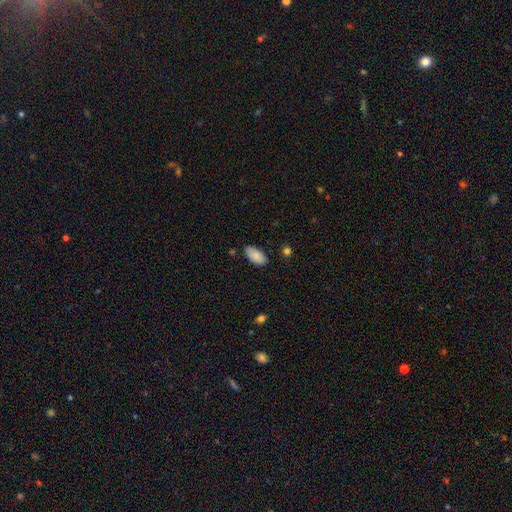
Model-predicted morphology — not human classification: This appears to be a smooth galaxy with no disk features (87%) that is in between round and cigar-shaped (94%). Merging: none (81%).